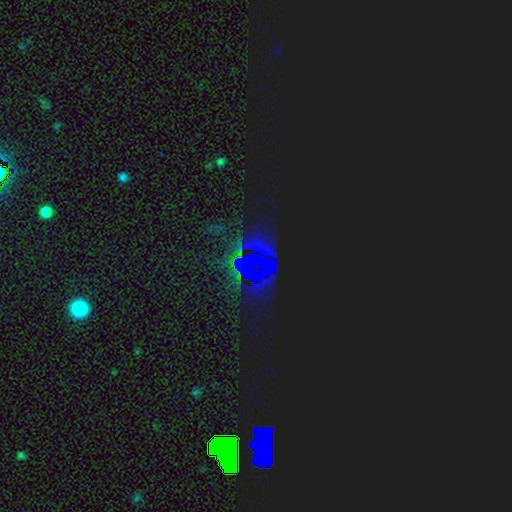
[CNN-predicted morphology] This appears to be a star or artifact, not a galaxy (79%).